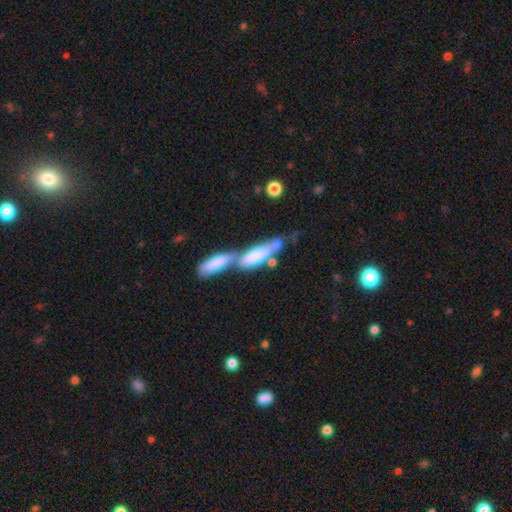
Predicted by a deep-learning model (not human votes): smooth_or_featured: smooth (p=0.68) [alt: featured or disk p=0.25]
how_rounded: cigar-shaped (p=0.52) [alt: in between p=0.46]
merging: merger (p=0.61) [alt: none p=0.23]